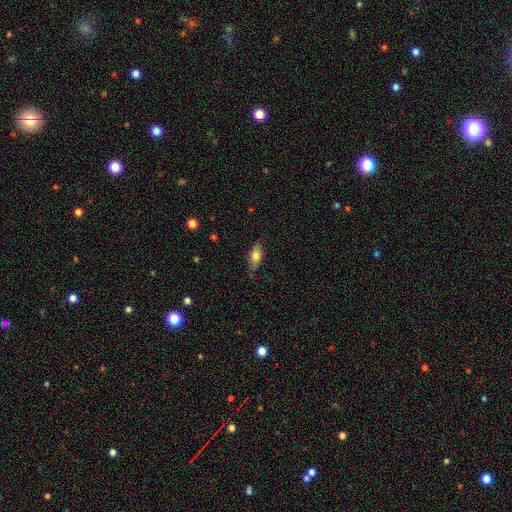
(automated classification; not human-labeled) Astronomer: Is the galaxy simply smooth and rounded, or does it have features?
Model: smooth — 73%.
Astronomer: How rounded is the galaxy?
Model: in between — 82%.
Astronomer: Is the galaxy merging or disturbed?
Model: none — 74%.